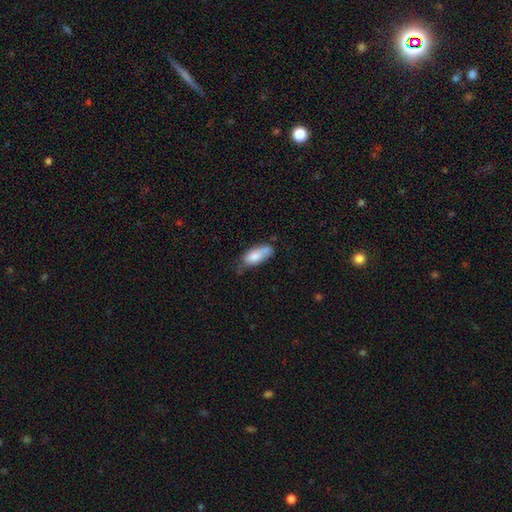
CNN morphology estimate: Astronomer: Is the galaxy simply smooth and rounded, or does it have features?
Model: smooth — 80%.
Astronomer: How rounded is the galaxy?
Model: in between — 80%.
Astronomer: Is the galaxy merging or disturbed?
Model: none — 48% (runner-up: minor disturbance, 33%).